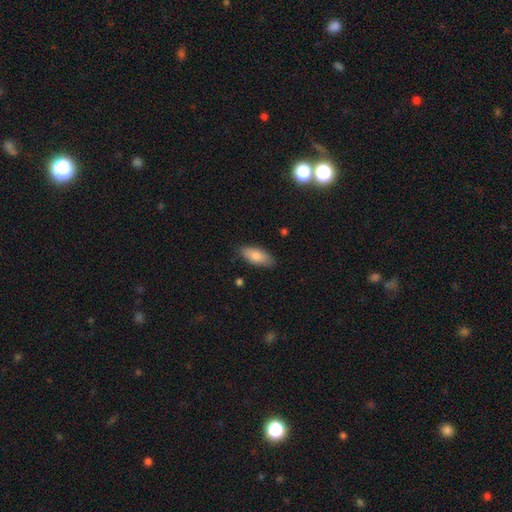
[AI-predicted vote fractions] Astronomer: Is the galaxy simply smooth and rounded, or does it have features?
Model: smooth — 83%.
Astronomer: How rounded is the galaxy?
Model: in between — 85%.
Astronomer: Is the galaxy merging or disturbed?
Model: none — 83%.